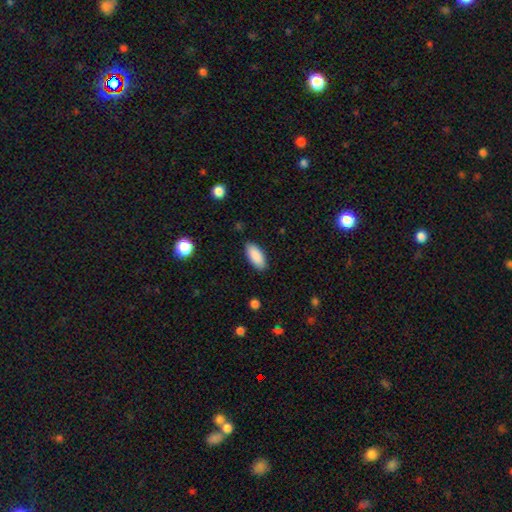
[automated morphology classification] type=smooth (90%); roundness=in between (88%); merging=none (87%).